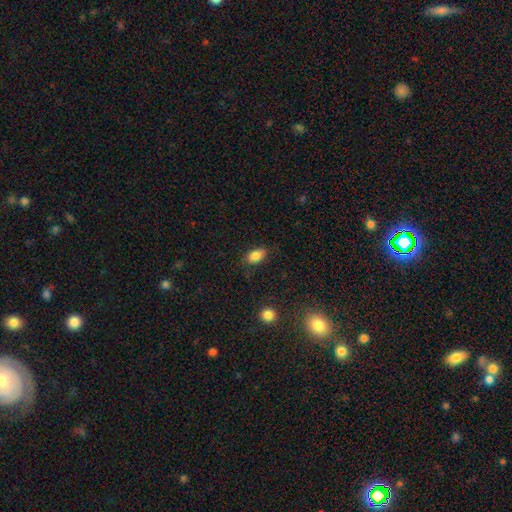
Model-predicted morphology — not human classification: smooth-or-featured: smooth: 85% | star or artifact: 8% | featured or disk: 6%
  how-rounded: in between: 90% | round: 8% | cigar-shaped: 3%
  merging: none: 82% | minor disturbance: 14% | major disturbance: 3% | merger: 1%